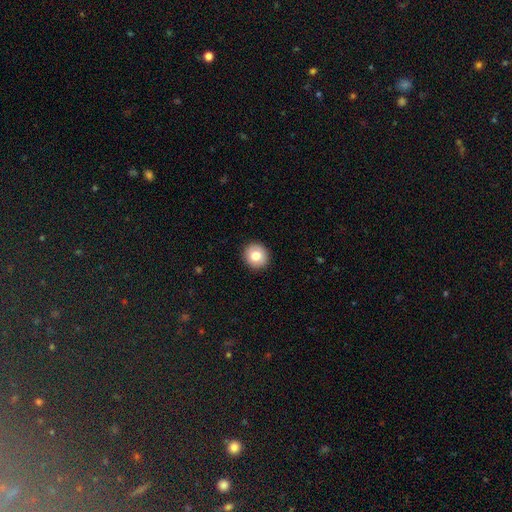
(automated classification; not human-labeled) smooth_or_featured: smooth (p=0.79) [alt: featured or disk p=0.12]
how_rounded: round (p=0.90) [alt: in between p=0.09]
merging: none (p=0.92) [alt: minor disturbance p=0.06]